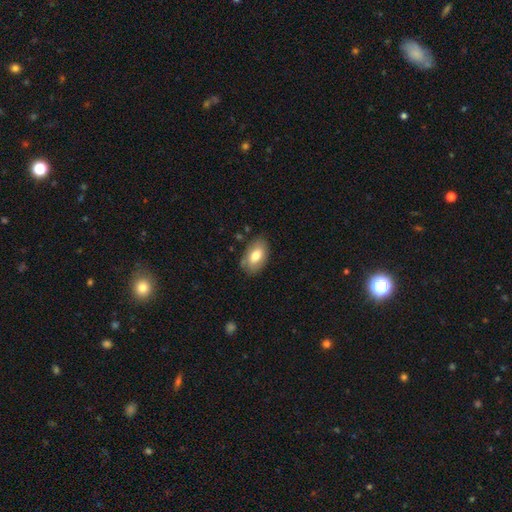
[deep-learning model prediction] Smooth or featured?
  - smooth: 76% *
  - featured or disk: 17%
  - star or artifact: 7%
How rounded?
  - in between: 92% *
  - round: 6%
  - cigar-shaped: 2%
Merging?
  - none: 79% *
  - minor disturbance: 16%
  - major disturbance: 3%
  - merger: 2%